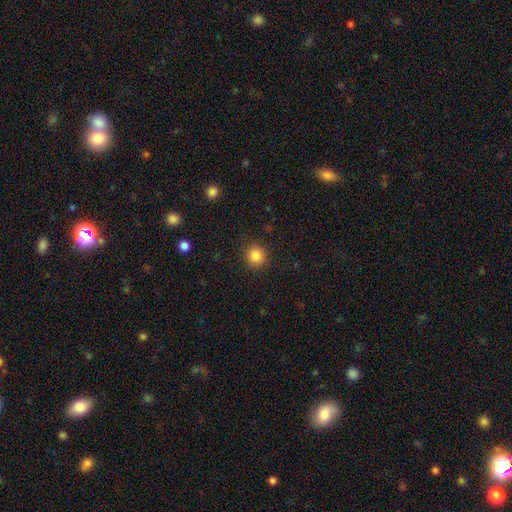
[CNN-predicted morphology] Smooth or featured? Predicted: smooth (p=0.85). How rounded? Predicted: round (p=0.91). Merging? Predicted: none (p=0.90).